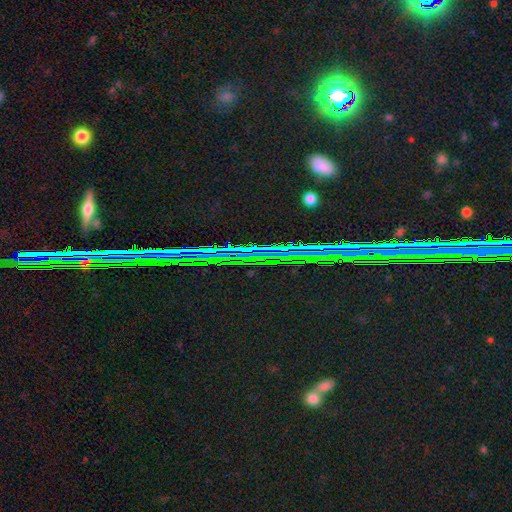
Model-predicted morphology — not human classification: smooth_or_featured: star or artifact (p=0.81) [alt: smooth p=0.11]